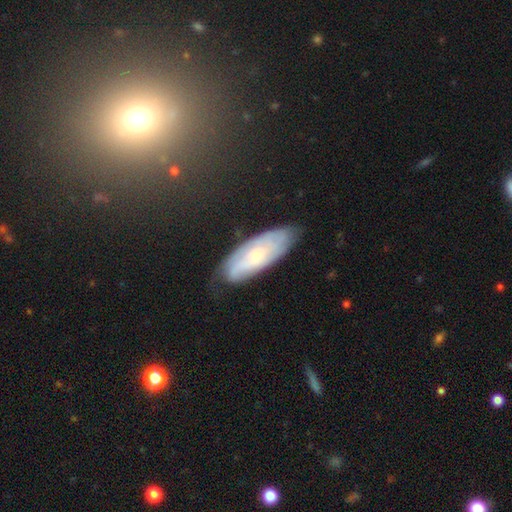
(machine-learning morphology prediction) Smooth or featured: featured or disk — 56% (smooth — 37%)
Edge-on disk: no — 82% (yes — 18%)
Merging: none — 71% (minor disturbance — 22%)